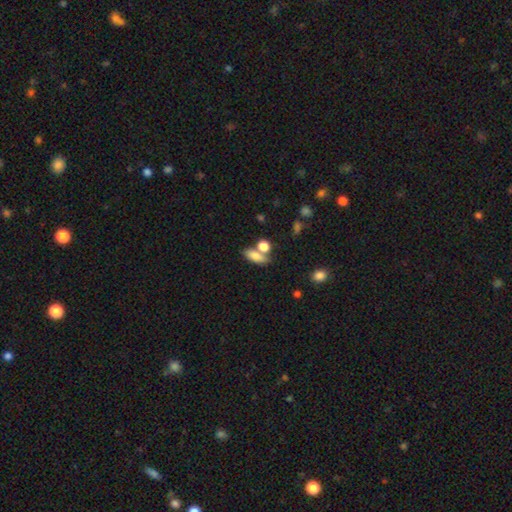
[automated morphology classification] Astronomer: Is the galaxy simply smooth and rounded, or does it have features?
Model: smooth — 77%.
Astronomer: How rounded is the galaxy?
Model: in between — 71%.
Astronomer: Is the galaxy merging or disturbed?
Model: none — 48% (runner-up: merger, 35%).